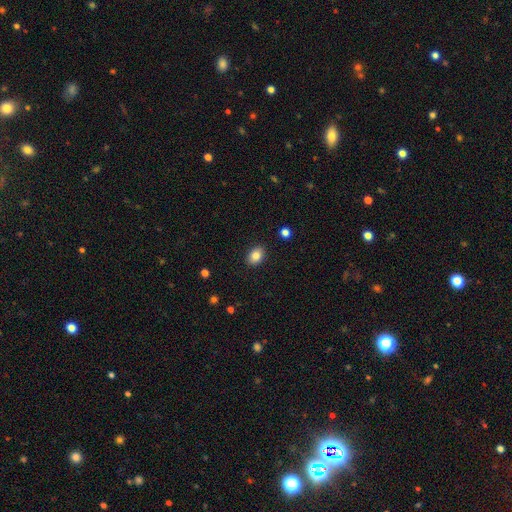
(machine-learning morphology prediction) This appears to be a smooth galaxy with no disk features (84%) that is in between round and cigar-shaped (72%). Merging: none (89%).